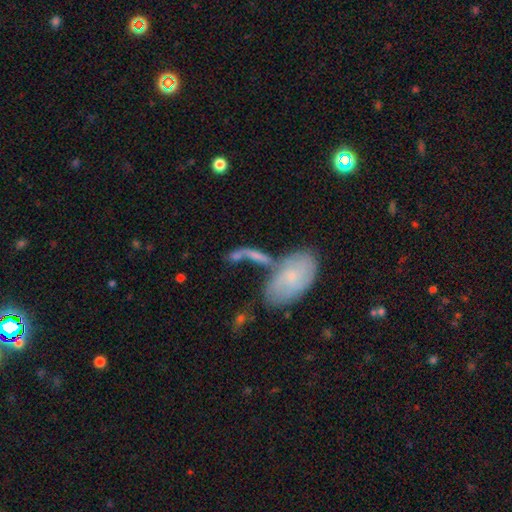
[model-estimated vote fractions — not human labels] Morphology: type=smooth (45%, tied with featured or disk); merging=merger (50%).